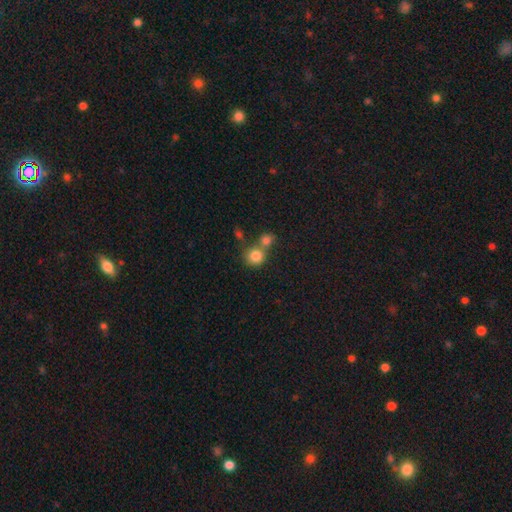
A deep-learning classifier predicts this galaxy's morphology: Overall: smooth (81%). How rounded: round (87%). Merging: none (48%; merger 41%).